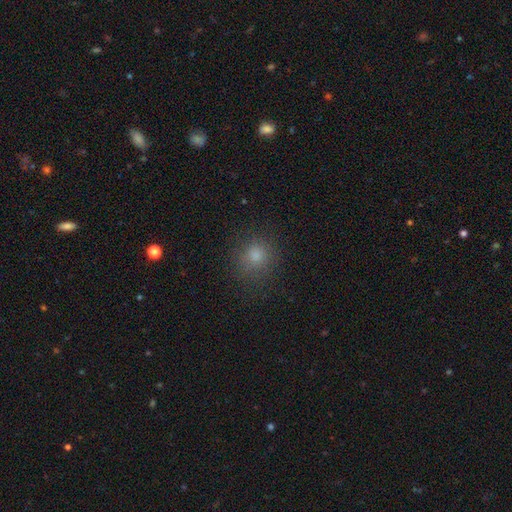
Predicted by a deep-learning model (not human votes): The model was most divided on "smooth or featured": smooth: 79%, star or artifact: 15%, featured or disk: 6%. More confident: how rounded — round (86%); merging — none (82%).